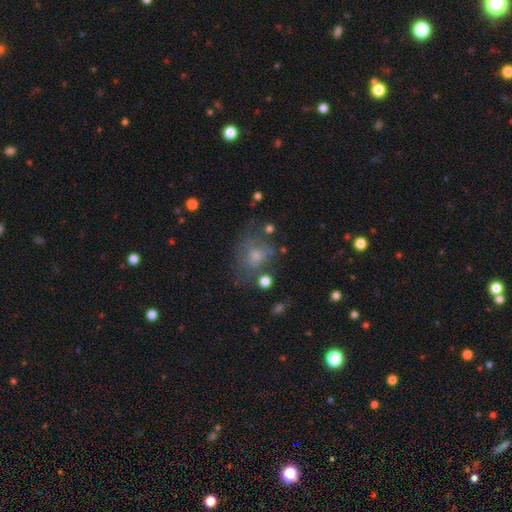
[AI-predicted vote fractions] Q: Smooth or featured?
A: smooth (48%); runner-up: featured or disk (31%)
Q: Merging?
A: none (54%); runner-up: minor disturbance (22%)